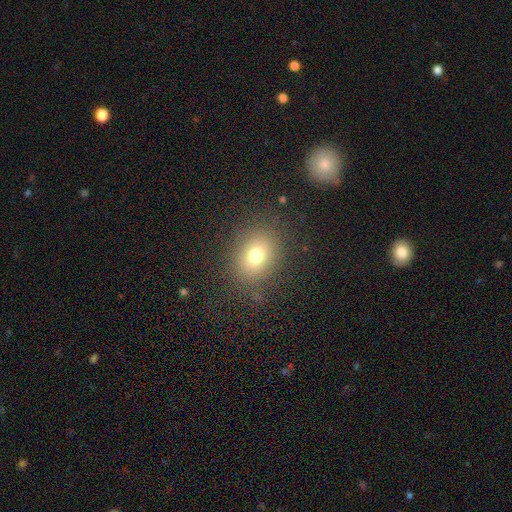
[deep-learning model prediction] Smooth or featured? smooth (75%)
How rounded? in between (53%)
Merging? none (83%)